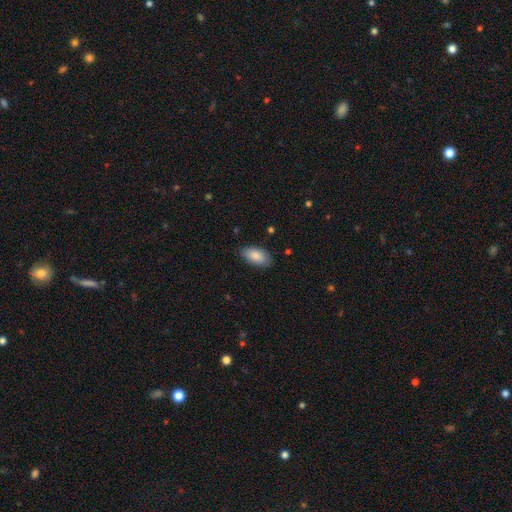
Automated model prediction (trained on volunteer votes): A smooth galaxy with no disk features (87%) that is in between round and cigar-shaped (94%).

Vote fractions:
- Smooth or featured? smooth: 87% / featured or disk: 7% / star or artifact: 6%
- How rounded? in between: 94% / cigar-shaped: 3% / round: 3%
- Merging? none: 83% / minor disturbance: 14% / major disturbance: 3% / merger: 1%